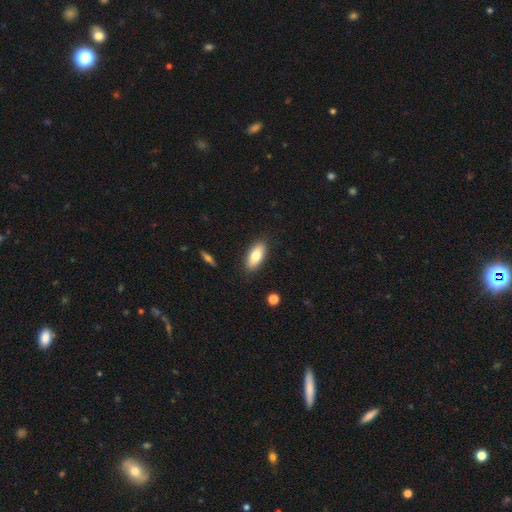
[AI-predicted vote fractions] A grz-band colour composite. It shows a smooth galaxy with no disk features (77%) that is in between round and cigar-shaped (85%). Merging: none (87%).